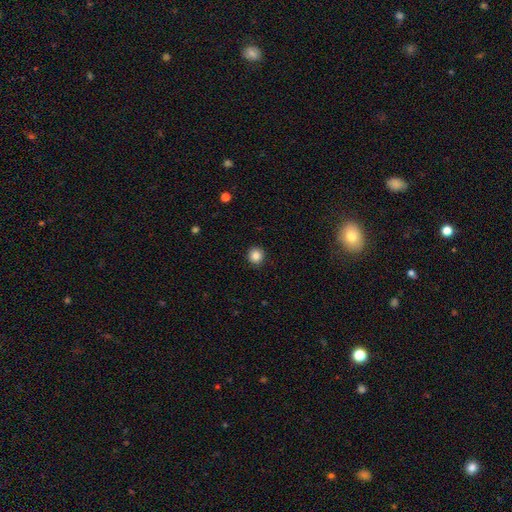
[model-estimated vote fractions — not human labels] Smooth or featured? smooth (85%)
How rounded? round (93%)
Merging? none (92%)